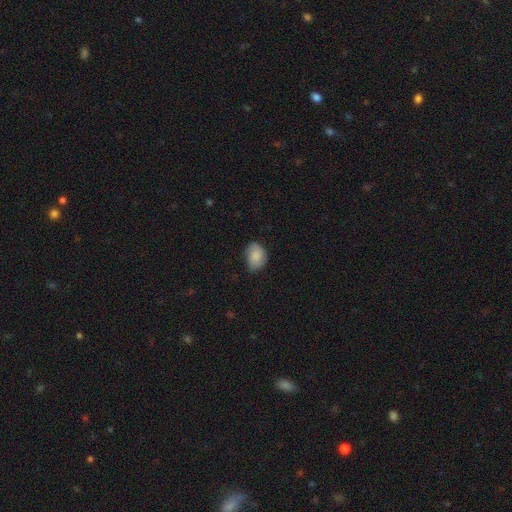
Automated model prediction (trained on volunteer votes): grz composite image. It shows a smooth galaxy with no disk features (84%) that is in between round and cigar-shaped (74%). Merging: none (62%).